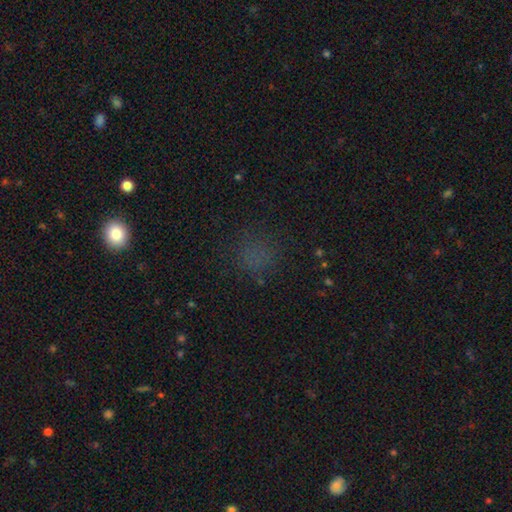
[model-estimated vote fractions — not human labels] Morphology: type=smooth (59%); roundness=round (85%); merging=none (78%).